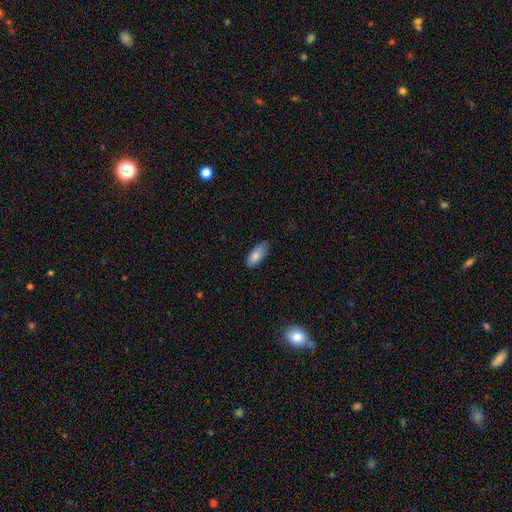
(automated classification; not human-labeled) Smooth or featured? smooth (83%)
How rounded? in between (80%)
Merging? none (75%)